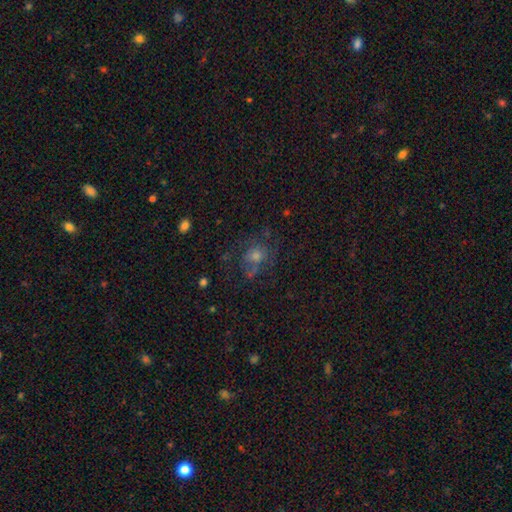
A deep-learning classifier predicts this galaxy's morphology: type=smooth (42%); merging=none (54%).